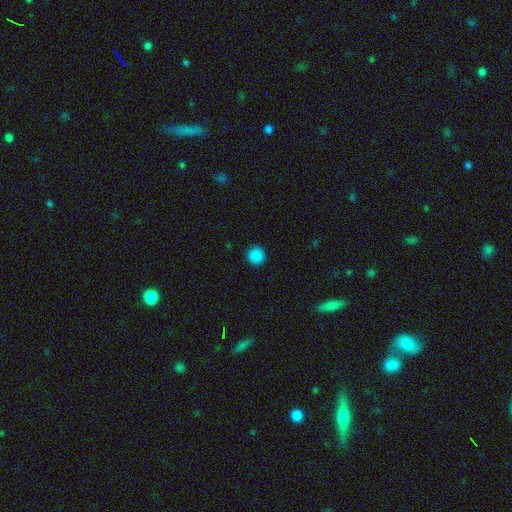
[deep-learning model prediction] Q: Smooth or featured?
A: smooth (87%); runner-up: star or artifact (10%)
Q: How rounded?
A: round (93%); runner-up: in between (6%)
Q: Merging?
A: none (90%); runner-up: minor disturbance (7%)